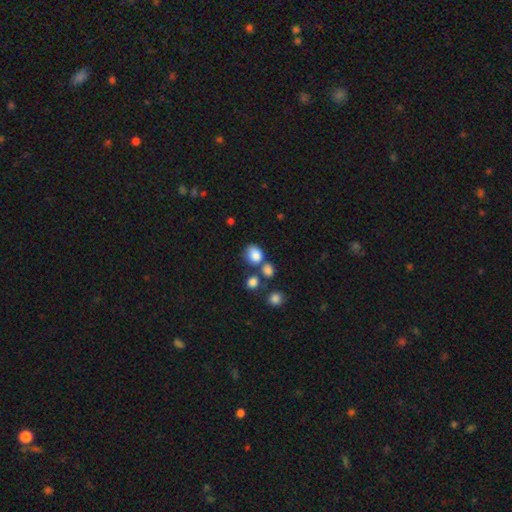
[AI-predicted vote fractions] smooth-or-featured: smooth: 82% | star or artifact: 11% | featured or disk: 7%
  how-rounded: round: 50% | in between: 48% | cigar-shaped: 1%
  merging: none: 50% | merger: 29% | minor disturbance: 14% | major disturbance: 7%